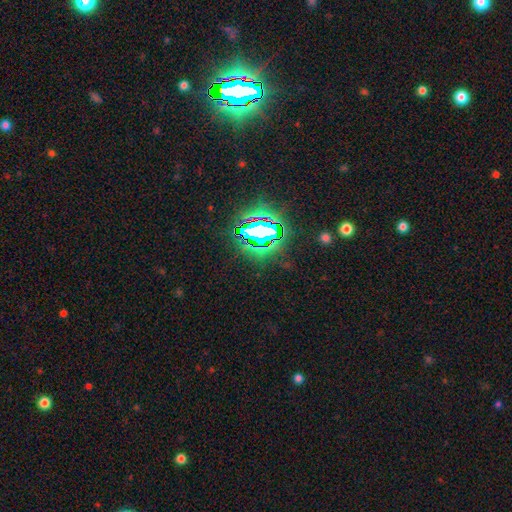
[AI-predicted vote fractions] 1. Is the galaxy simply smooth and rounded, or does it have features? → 84% star or artifact, 9% smooth, 7% featured or disk.